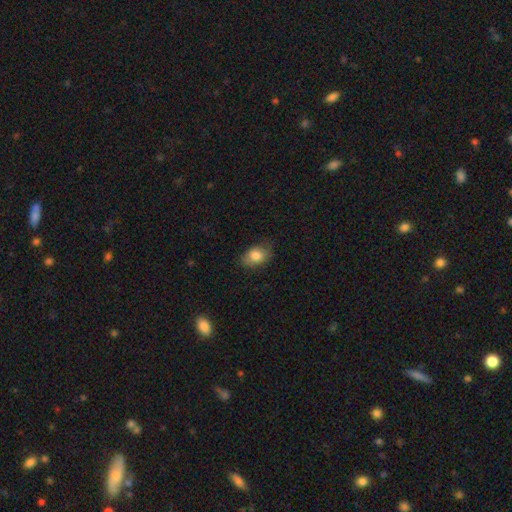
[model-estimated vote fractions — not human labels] smooth-or-featured: smooth: 81% | featured or disk: 11% | star or artifact: 8%
  how-rounded: in between: 82% | round: 17% | cigar-shaped: 1%
  merging: none: 74% | minor disturbance: 20% | major disturbance: 5% | merger: 1%